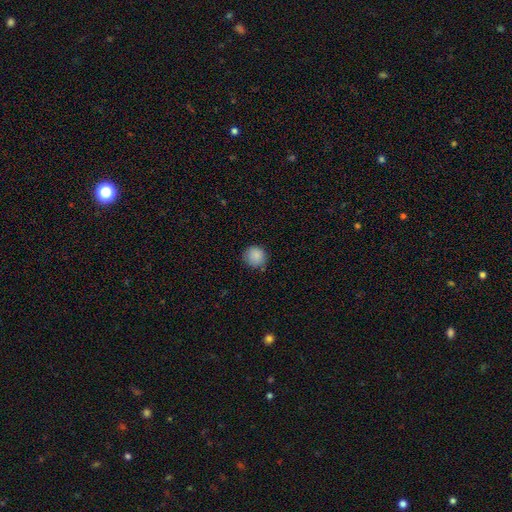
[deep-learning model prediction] This appears to be a smooth galaxy with no disk features (88%) that is round (90%). Merging: none (82%).